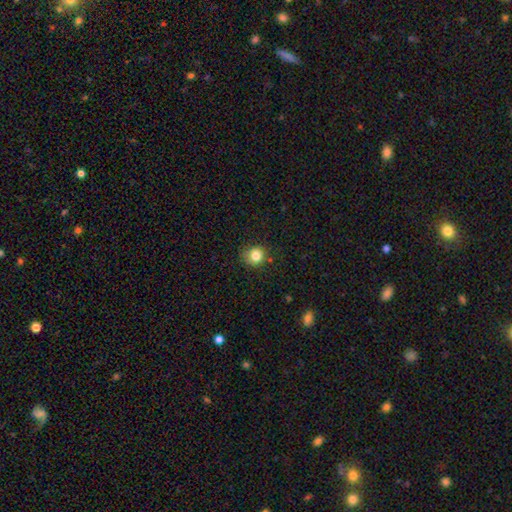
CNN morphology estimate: Smooth or featured?
  - smooth: 83% *
  - star or artifact: 11%
  - featured or disk: 6%
How rounded?
  - round: 86% *
  - in between: 13%
  - cigar-shaped: 1%
Merging?
  - none: 74% *
  - minor disturbance: 19%
  - major disturbance: 5%
  - merger: 2%